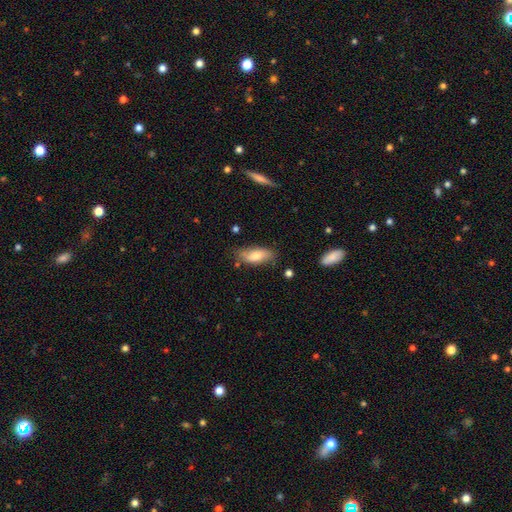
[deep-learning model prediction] Smooth or featured? smooth (74%)
How rounded? in between (81%)
Merging? none (72%)